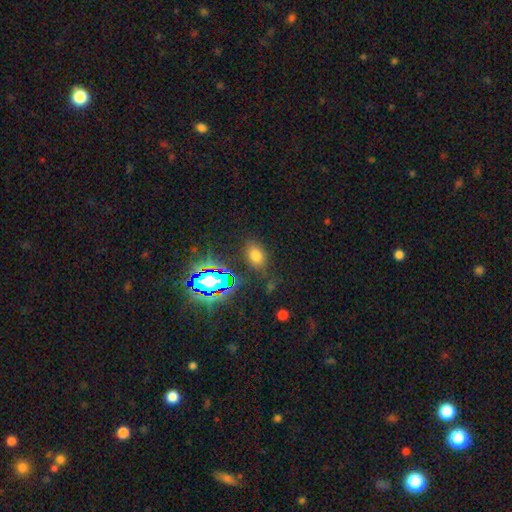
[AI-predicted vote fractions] The model was most divided on "smooth or featured": smooth: 65%, star or artifact: 26%, featured or disk: 9%. More confident: merging — none (79%); how rounded — in between (77%).